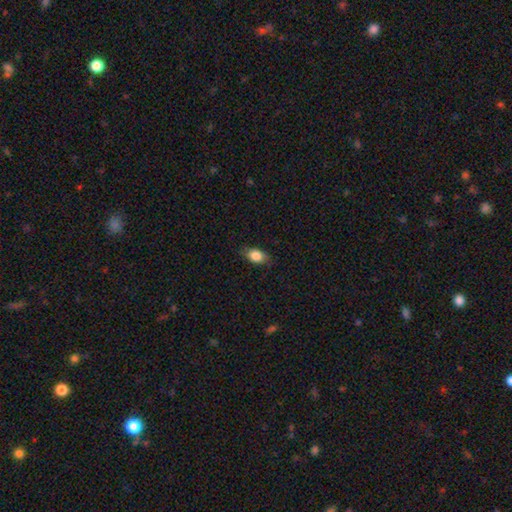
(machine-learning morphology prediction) Q: Smooth or featured?
A: smooth (83%); runner-up: featured or disk (9%)
Q: How rounded?
A: in between (83%); runner-up: round (14%)
Q: Merging?
A: none (81%); runner-up: minor disturbance (15%)